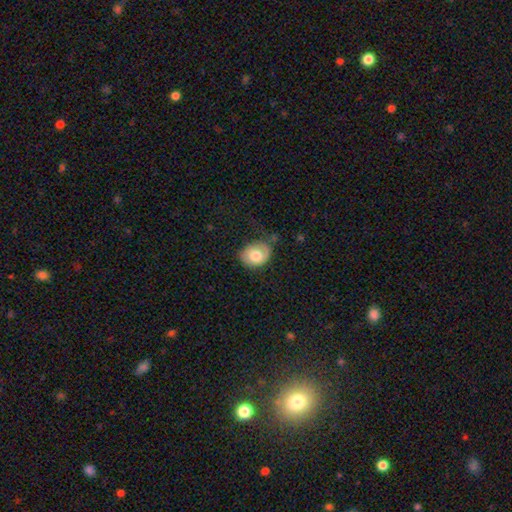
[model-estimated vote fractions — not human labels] Smooth or featured? Predicted: smooth (p=0.66). How rounded? Predicted: in between (p=0.54). Merging? Predicted: none (p=0.57).